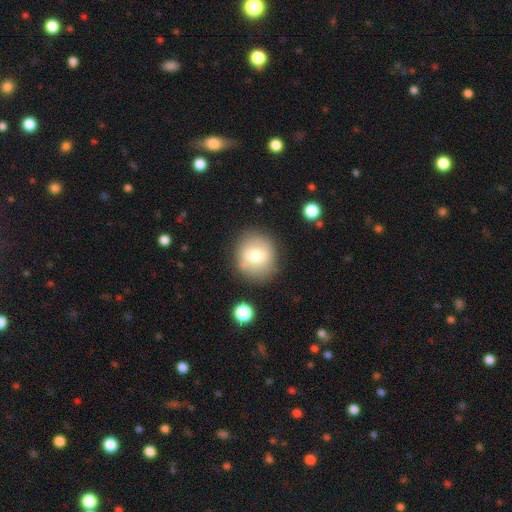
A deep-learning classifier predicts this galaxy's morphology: This appears to be a smooth galaxy with no disk features (71%) that is round (82%). Merging: none (79%).